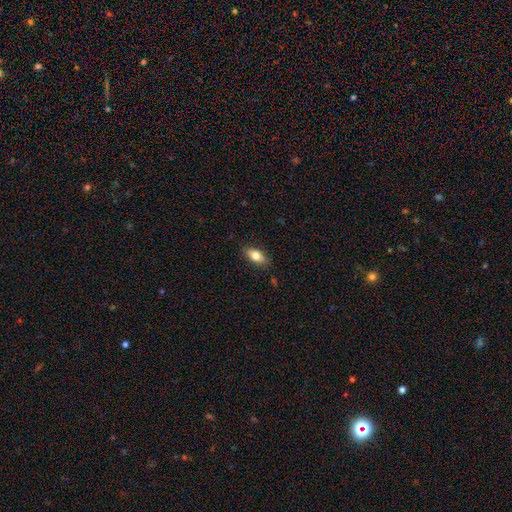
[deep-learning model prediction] Morphology: type=smooth (78%); roundness=in between (87%); merging=none (85%).